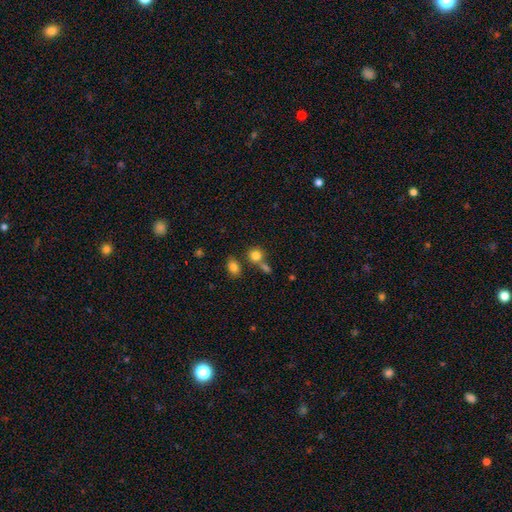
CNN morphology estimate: A smooth galaxy with no disk features (82%) that is round (80%).

Vote fractions:
- Smooth or featured? smooth: 82% / star or artifact: 11% / featured or disk: 7%
- How rounded? round: 80% / in between: 19% / cigar-shaped: 1%
- Merging? none: 59% / merger: 26% / minor disturbance: 10% / major disturbance: 4%